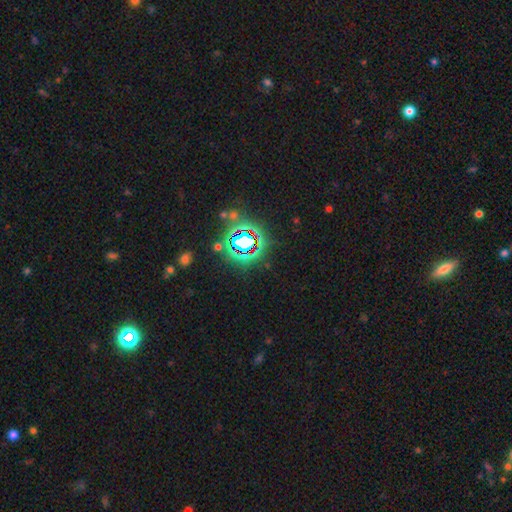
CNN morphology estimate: smooth_or_featured: star or artifact (p=0.76) [alt: smooth p=0.13]